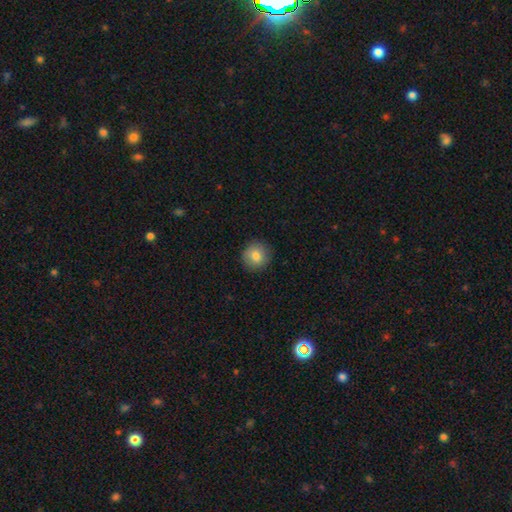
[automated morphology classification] Overall: smooth (82%). How rounded: round (93%). Merging: none (90%).